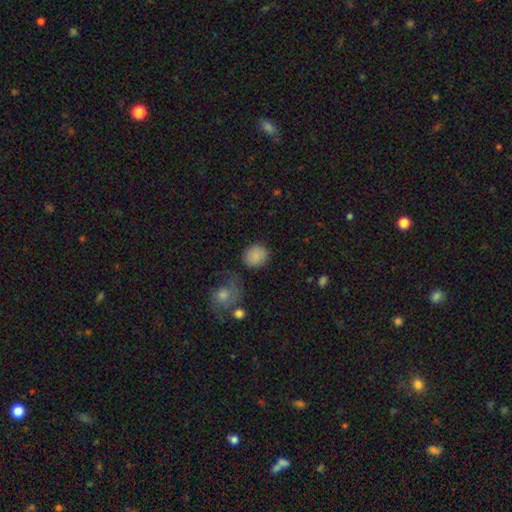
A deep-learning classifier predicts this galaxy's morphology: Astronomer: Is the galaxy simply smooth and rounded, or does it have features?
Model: smooth — 84%.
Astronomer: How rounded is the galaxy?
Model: round — 78%.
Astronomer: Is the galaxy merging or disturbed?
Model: none — 75%.